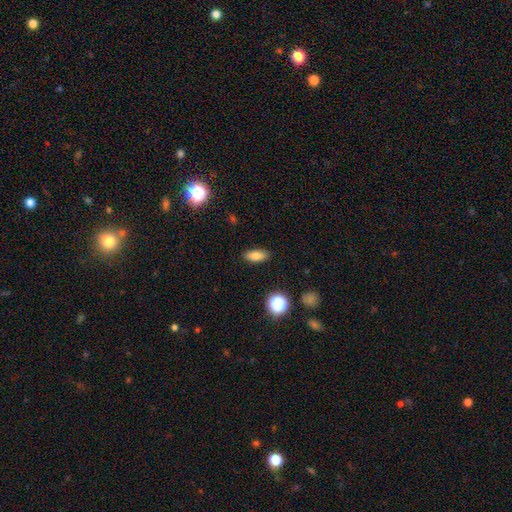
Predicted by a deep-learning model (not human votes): smooth 80%, star or artifact 11%, featured or disk 10%. Down the decision tree: how rounded — in between (83%); merging — none (88%).